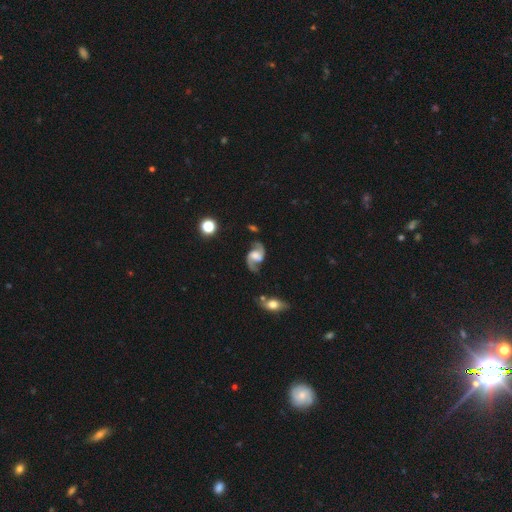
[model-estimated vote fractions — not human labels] featured or disk 89%, smooth 6%, star or artifact 5%. Down the decision tree: edge-on disk — no (97%); bar — no (44%); spiral arms — yes (97%); spiral arm count — 2 (94%); spiral winding — loose (51%); bulge size — moderate (36%); merging — none (76%).